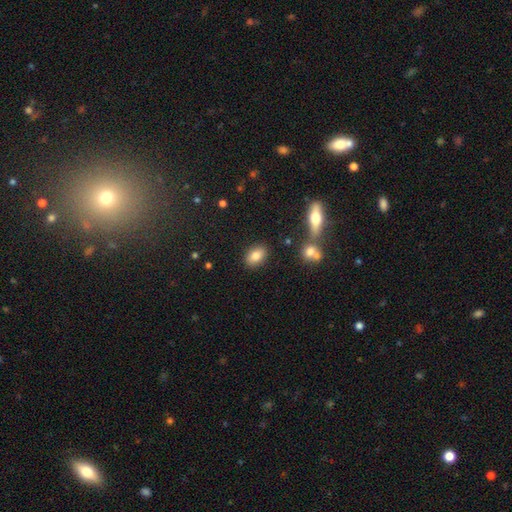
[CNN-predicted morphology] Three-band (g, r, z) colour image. It shows a smooth galaxy with no disk features (82%) that is in between round and cigar-shaped (85%). Merging: none (85%).